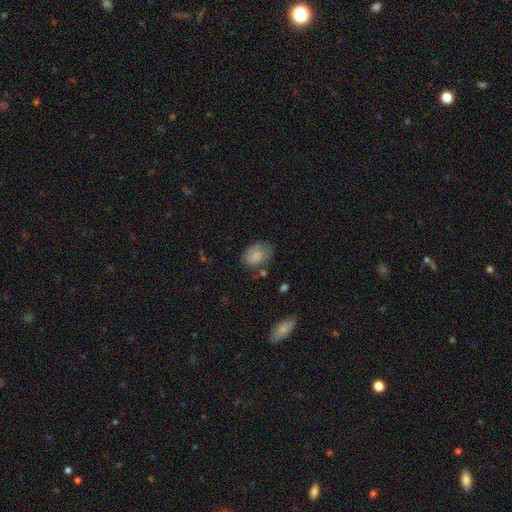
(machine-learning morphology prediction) type=smooth (79%); roundness=in between (72%); merging=none (56%).